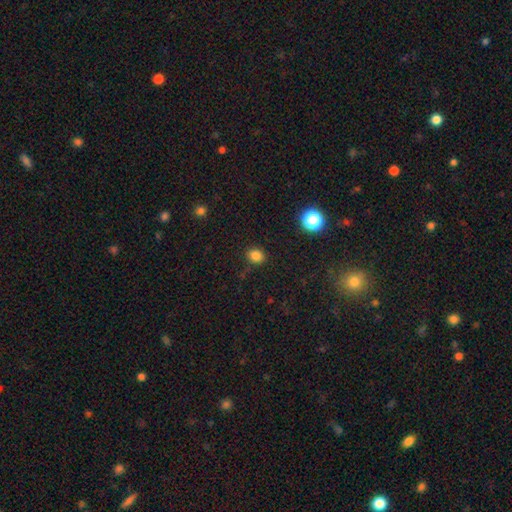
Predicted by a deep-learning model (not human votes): smooth-or-featured: smooth: 82% | star or artifact: 14% | featured or disk: 4%
  how-rounded: round: 64% | in between: 35% | cigar-shaped: 1%
  merging: none: 85% | minor disturbance: 10% | major disturbance: 3% | merger: 2%